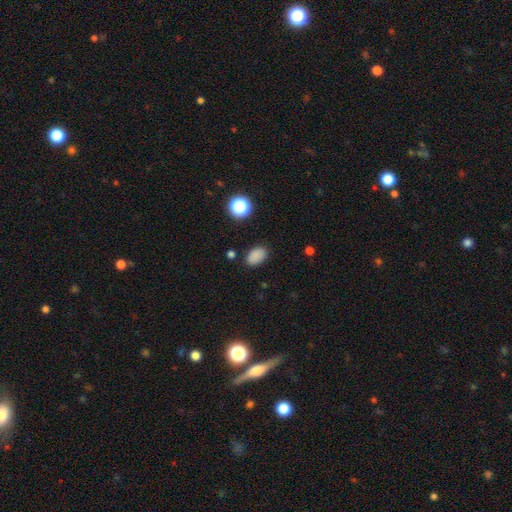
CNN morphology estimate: Smooth or featured: smooth — 85% (star or artifact — 12%)
How rounded: in between — 87% (round — 12%)
Merging: none — 85% (minor disturbance — 11%)